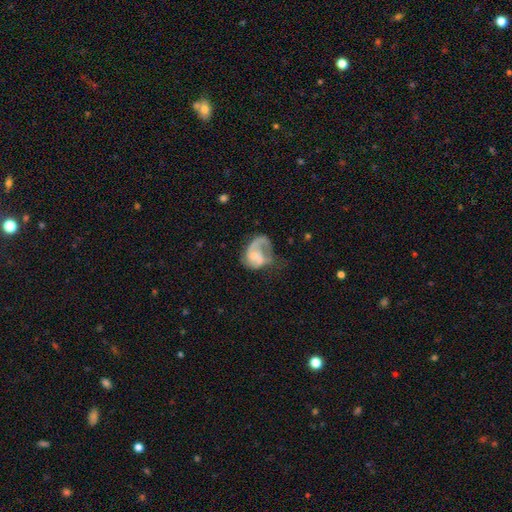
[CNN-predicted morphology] Smooth or featured? Predicted: featured or disk (p=0.70). Edge-on disk? Predicted: no (p=0.98). Bar? Predicted: no (p=0.64). Spiral arms? Predicted: yes (p=0.80). Spiral winding? Predicted: loose (p=0.40, tied with medium). Spiral arm count? Predicted: 1 (p=0.50). Bulge size? Predicted: small (p=0.45). Merging? Predicted: major disturbance (p=0.44).